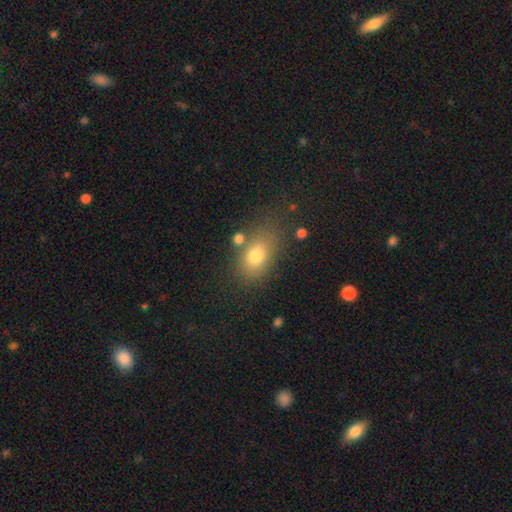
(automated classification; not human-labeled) Morphology: type=smooth (75%); roundness=in between (79%); merging=none (70%).